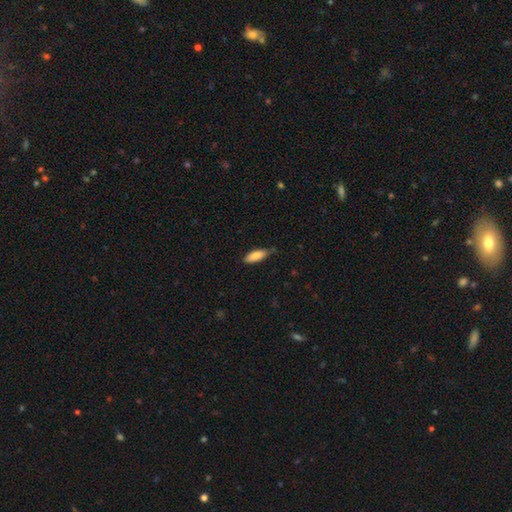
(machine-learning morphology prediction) This is clearly a smooth galaxy (85%). How rounded: likely in between (67%). Merging: likely none (74%).